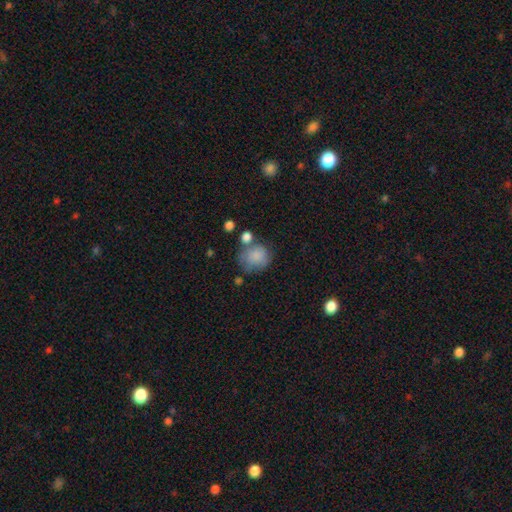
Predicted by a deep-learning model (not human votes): Smooth or featured? Predicted: smooth (p=0.81). How rounded? Predicted: round (p=0.74). Merging? Predicted: none (p=0.51).